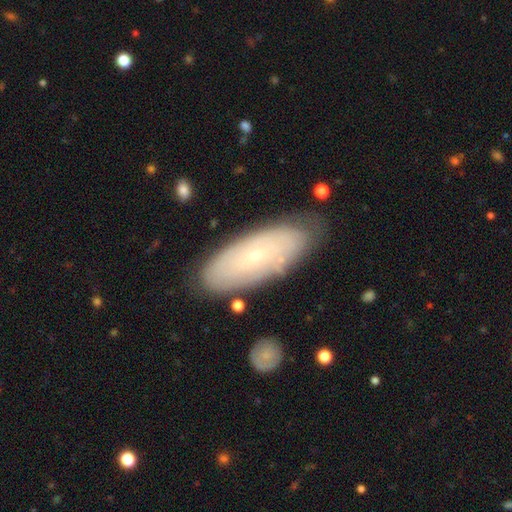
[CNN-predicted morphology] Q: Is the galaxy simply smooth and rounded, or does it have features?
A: featured or disk — 51%.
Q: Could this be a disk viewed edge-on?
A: no — 84%.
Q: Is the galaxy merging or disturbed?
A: none — 79%.